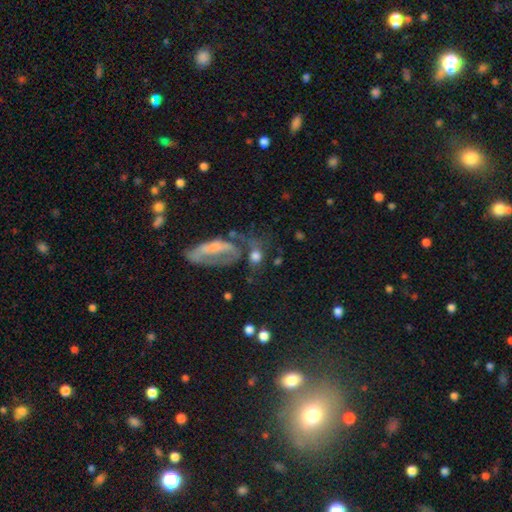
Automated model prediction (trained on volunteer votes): Smooth or featured? smooth (62%)
How rounded? round (53%)
Merging? none (38%)